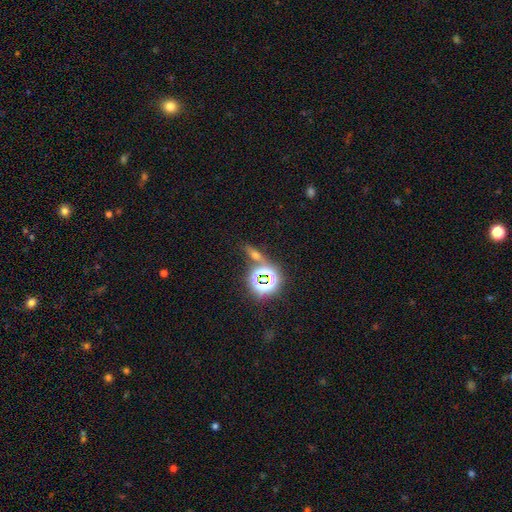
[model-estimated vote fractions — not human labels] Morphology: type=star or artifact (48%).